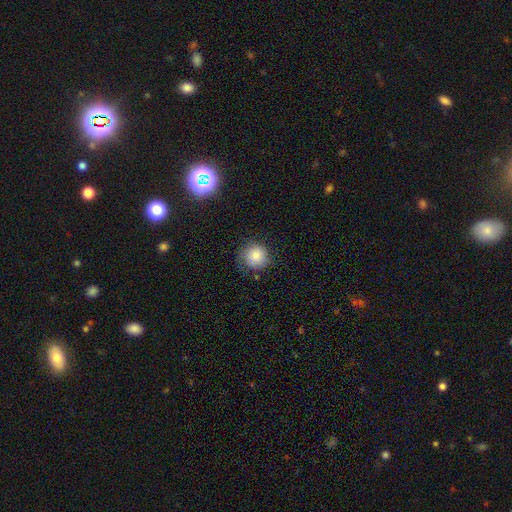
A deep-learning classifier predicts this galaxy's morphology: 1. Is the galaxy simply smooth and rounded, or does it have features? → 82% smooth, 10% star or artifact, 8% featured or disk.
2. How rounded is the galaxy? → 90% round, 9% in between, 1% cigar-shaped.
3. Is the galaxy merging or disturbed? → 74% none, 19% minor disturbance, 5% major disturbance, 2% merger.